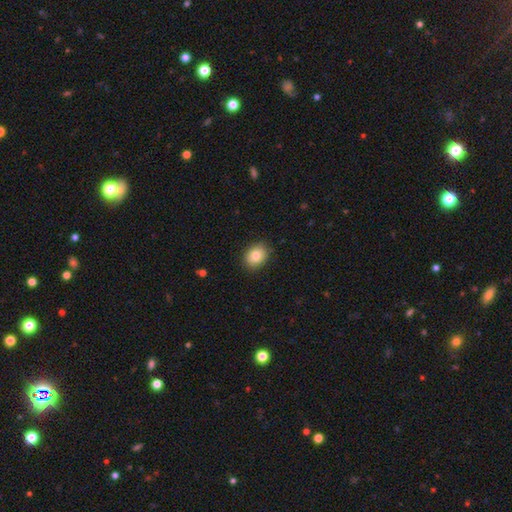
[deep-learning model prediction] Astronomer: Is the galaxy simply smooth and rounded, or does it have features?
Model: smooth — 82%.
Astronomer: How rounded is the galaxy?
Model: round — 50% (runner-up: in between, 49%).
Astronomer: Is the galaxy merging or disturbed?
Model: none — 87%.